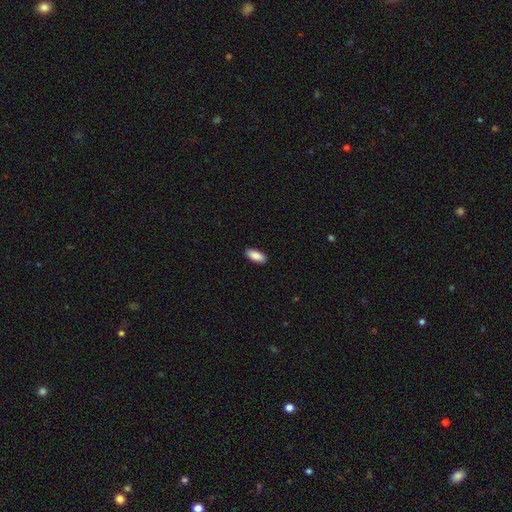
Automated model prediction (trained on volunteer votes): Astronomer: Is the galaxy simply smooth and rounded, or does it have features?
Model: smooth — 90%.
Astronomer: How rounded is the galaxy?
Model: in between — 87%.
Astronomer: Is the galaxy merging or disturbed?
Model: none — 90%.